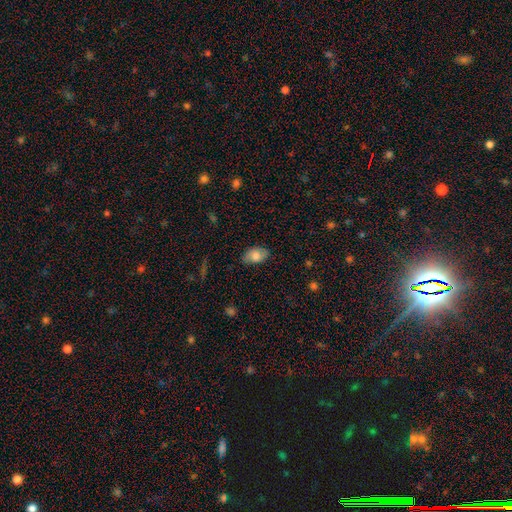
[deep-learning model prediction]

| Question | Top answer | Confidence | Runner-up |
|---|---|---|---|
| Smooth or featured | smooth | 75% | featured or disk (17%) |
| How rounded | in between | 92% | round (7%) |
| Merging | none | 81% | minor disturbance (15%) |